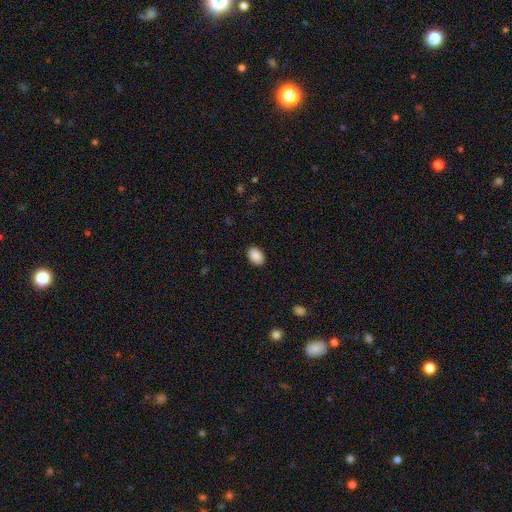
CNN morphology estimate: Smooth or featured?
  - smooth: 90% *
  - star or artifact: 7%
  - featured or disk: 3%
How rounded?
  - in between: 81% *
  - round: 18%
  - cigar-shaped: 1%
Merging?
  - none: 90% *
  - minor disturbance: 7%
  - major disturbance: 2%
  - merger: 1%